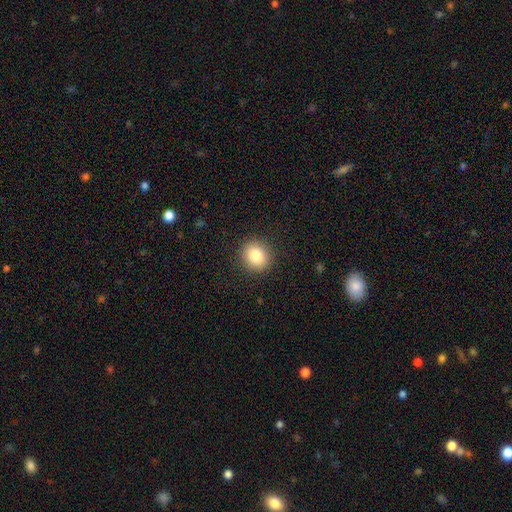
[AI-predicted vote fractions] Q: Smooth or featured?
A: smooth (83%); runner-up: star or artifact (9%)
Q: How rounded?
A: round (79%); runner-up: in between (20%)
Q: Merging?
A: none (90%); runner-up: minor disturbance (7%)